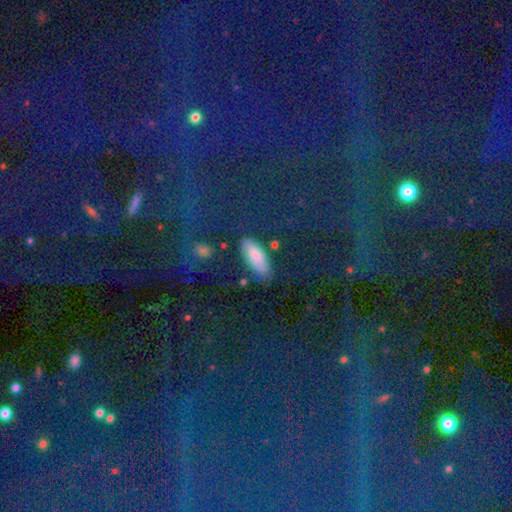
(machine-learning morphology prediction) Smooth or featured? smooth (71%)
How rounded? in between (77%)
Merging? none (74%)